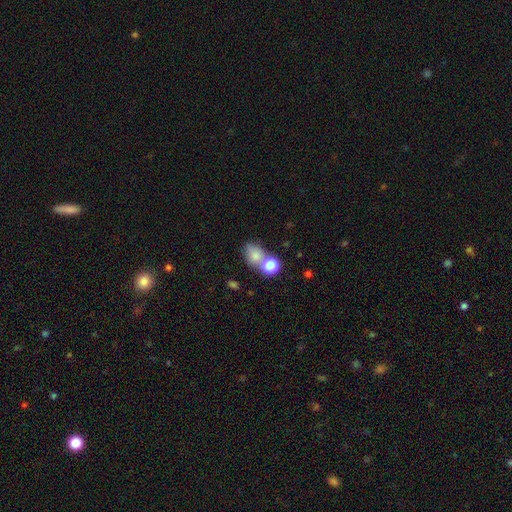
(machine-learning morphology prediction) Smooth or featured: smooth — 75% (star or artifact — 13%)
How rounded: in between — 59% (round — 40%)
Merging: none — 42% (merger — 37%)